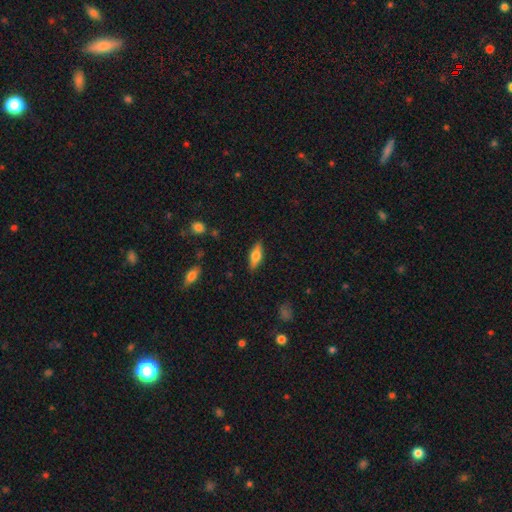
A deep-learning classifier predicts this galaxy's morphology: Smooth or featured? smooth (53%)
How rounded? in between (64%)
Merging? none (85%)